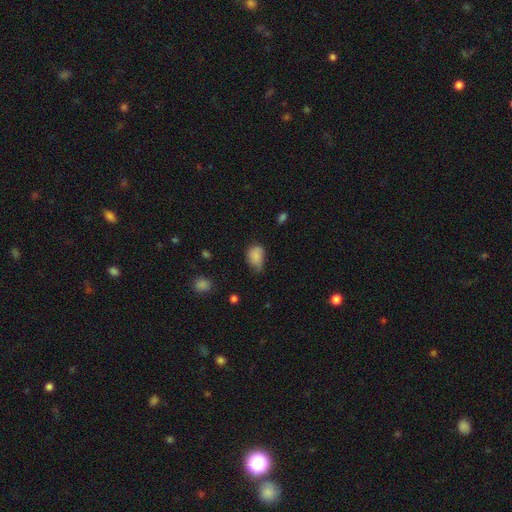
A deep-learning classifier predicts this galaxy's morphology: This is clearly a smooth galaxy (80%). How rounded: likely in between (73%). Merging: marginally minor disturbance (45%).